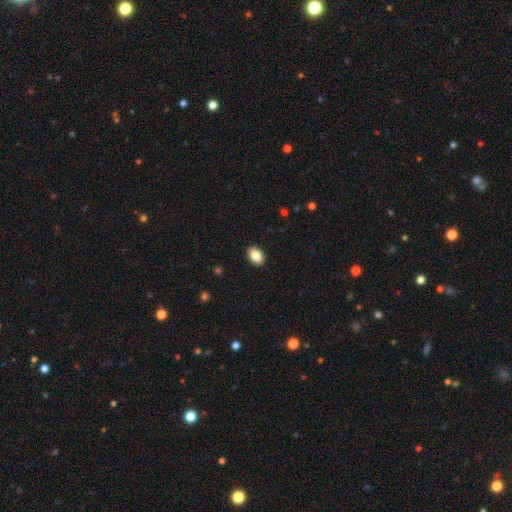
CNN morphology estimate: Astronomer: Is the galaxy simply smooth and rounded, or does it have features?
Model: smooth — 87%.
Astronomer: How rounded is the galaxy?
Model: in between — 85%.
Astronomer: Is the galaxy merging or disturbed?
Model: none — 91%.